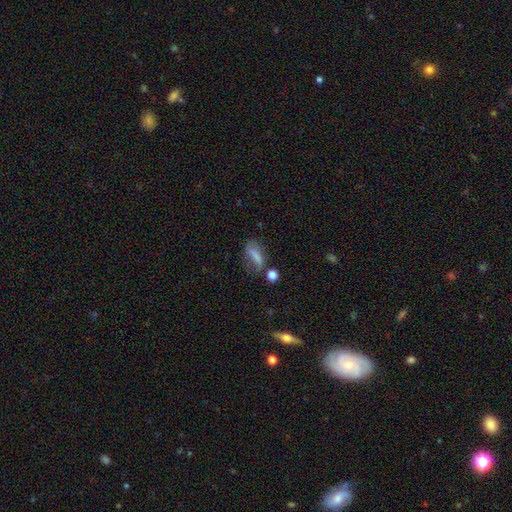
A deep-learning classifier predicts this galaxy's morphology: A smooth galaxy with no disk features (65%) that is in between round and cigar-shaped (62%).

Vote fractions:
- Smooth or featured? smooth: 65% / featured or disk: 23% / star or artifact: 12%
- How rounded? in between: 62% / cigar-shaped: 30% / round: 8%
- Merging? none: 43% / minor disturbance: 27% / major disturbance: 20% / merger: 10%